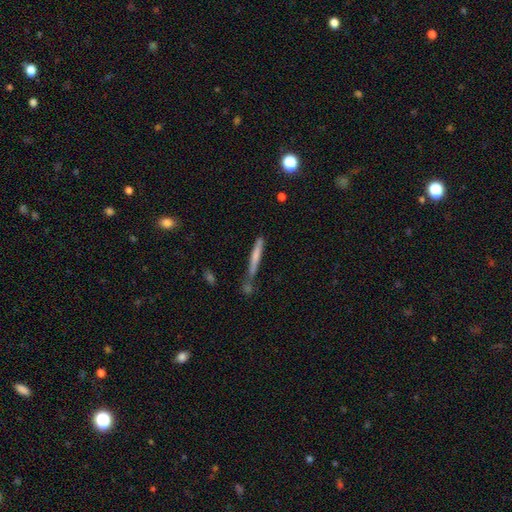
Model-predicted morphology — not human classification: This appears to be a smooth galaxy with no disk features (60%) that is cigar-shaped (95%). Merging: none (60%).